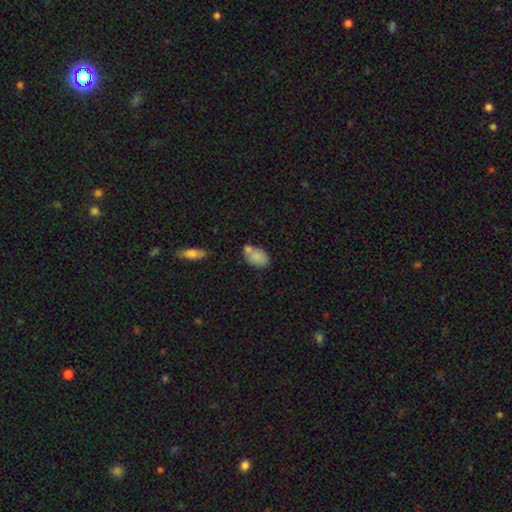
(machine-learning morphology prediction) Smooth or featured?
  - smooth: 80% *
  - featured or disk: 12%
  - star or artifact: 8%
How rounded?
  - in between: 87% *
  - round: 12%
  - cigar-shaped: 2%
Merging?
  - none: 48% *
  - merger: 27%
  - minor disturbance: 19%
  - major disturbance: 6%